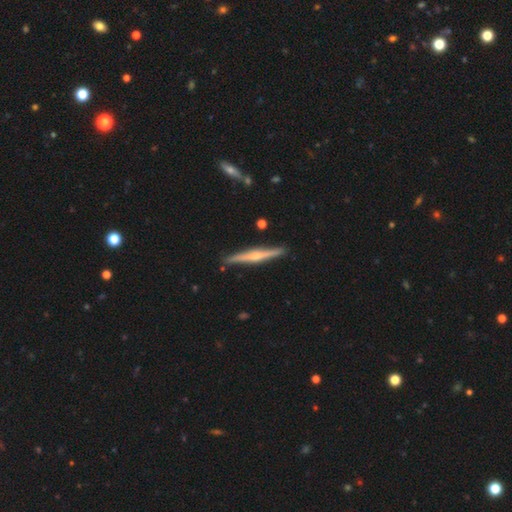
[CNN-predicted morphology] Smooth or featured? Predicted: featured or disk (p=0.71). Edge-on disk? Predicted: yes (p=0.98). Edge-on bulge? Predicted: rounded (p=0.81). Merging? Predicted: none (p=0.89).